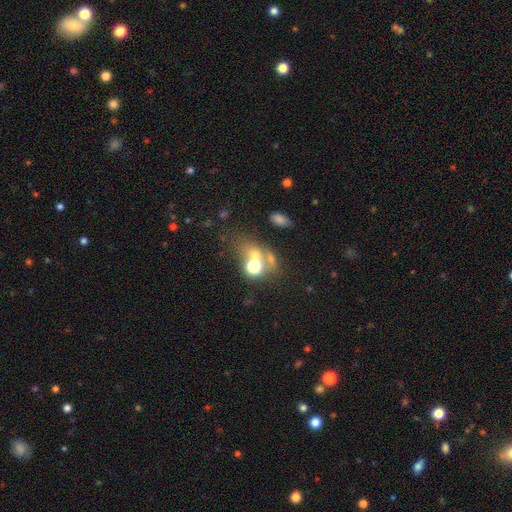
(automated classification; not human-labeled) Morphology: type=smooth (56%); roundness=round (56%); merging=merger (43%).